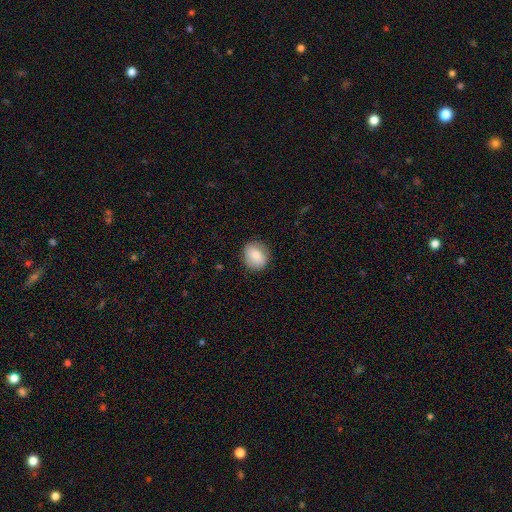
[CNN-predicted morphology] Overall: smooth (78%). How rounded: round (73%). Merging: none (85%).